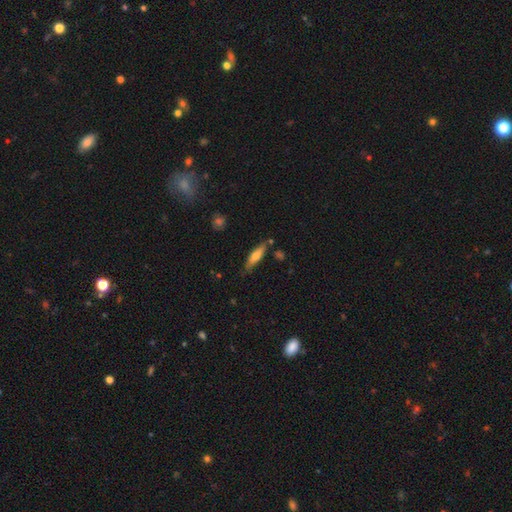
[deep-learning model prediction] smooth-or-featured: smooth: 59% | featured or disk: 35% | star or artifact: 6%
  how-rounded: cigar-shaped: 67% | in between: 31% | round: 2%
  merging: none: 75% | minor disturbance: 17% | merger: 4% | major disturbance: 3%